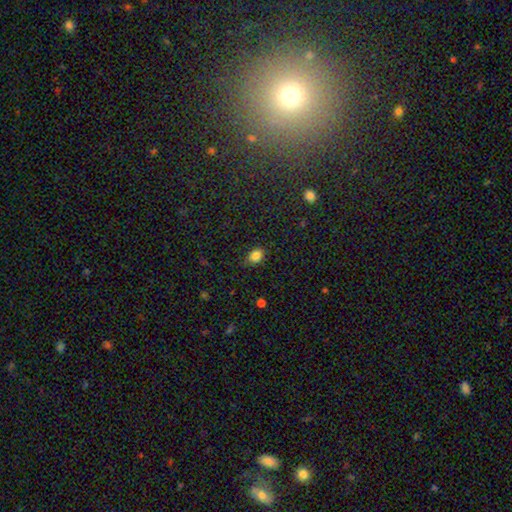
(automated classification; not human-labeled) smooth 84%, star or artifact 11%, featured or disk 5%. Down the decision tree: how rounded — in between (61%); merging — none (83%).